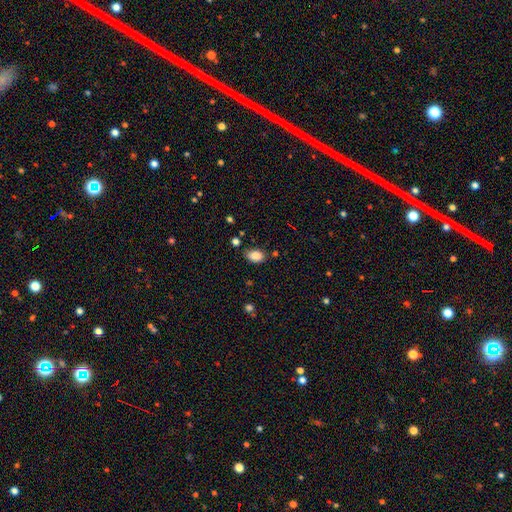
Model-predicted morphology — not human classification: Smooth or featured?
  - smooth: 86% *
  - star or artifact: 9%
  - featured or disk: 5%
How rounded?
  - in between: 87% *
  - round: 11%
  - cigar-shaped: 1%
Merging?
  - none: 80% *
  - minor disturbance: 14%
  - merger: 3%
  - major disturbance: 3%